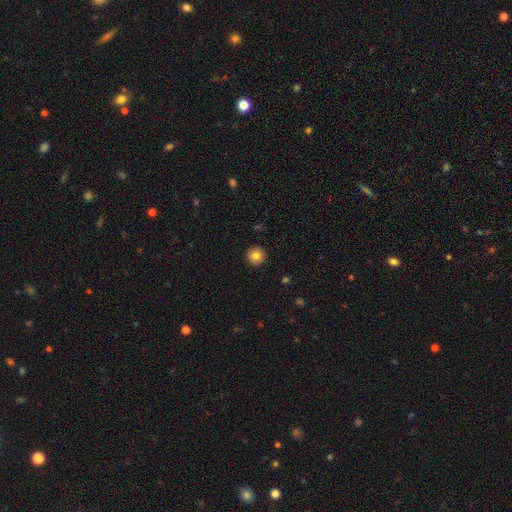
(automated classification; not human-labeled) A smooth galaxy with no disk features (84%) that is round (95%).

Vote fractions:
- Smooth or featured? smooth: 84% / star or artifact: 9% / featured or disk: 7%
- How rounded? round: 95% / in between: 4% / cigar-shaped: 1%
- Merging? none: 93% / minor disturbance: 5% / major disturbance: 2% / merger: 1%